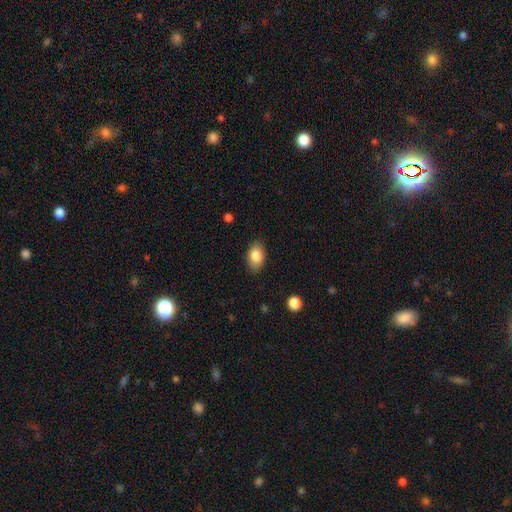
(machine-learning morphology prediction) Q: Smooth or featured?
A: smooth (84%); runner-up: featured or disk (8%)
Q: How rounded?
A: in between (85%); runner-up: round (14%)
Q: Merging?
A: none (85%); runner-up: minor disturbance (11%)